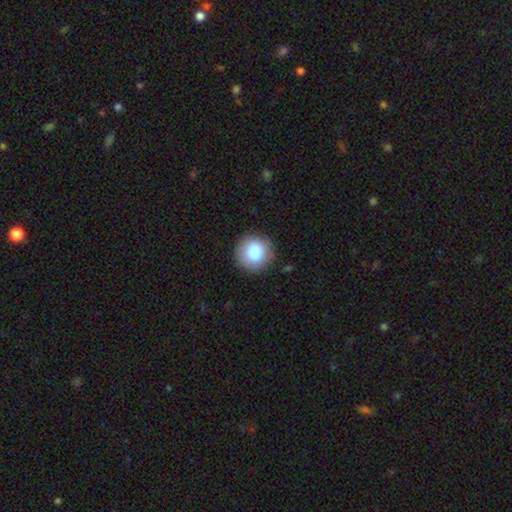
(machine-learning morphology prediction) smooth 85%, star or artifact 8%, featured or disk 7%. Down the decision tree: how rounded — round (92%); merging — none (86%).